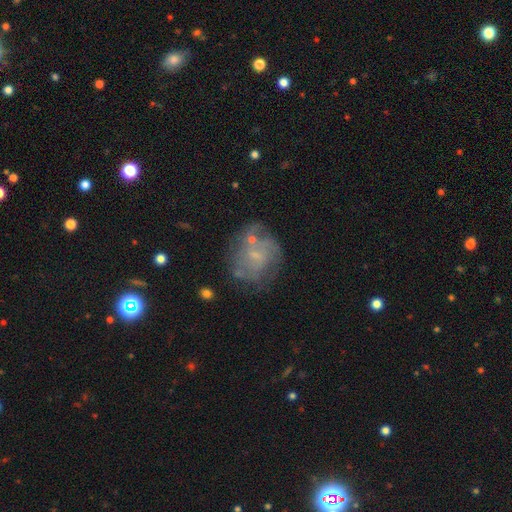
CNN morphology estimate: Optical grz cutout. It shows a featured or disk galaxy (56%) with no bar (63%), spiral arms (56%) and a small central bulge (59%). Merging: none (56%).